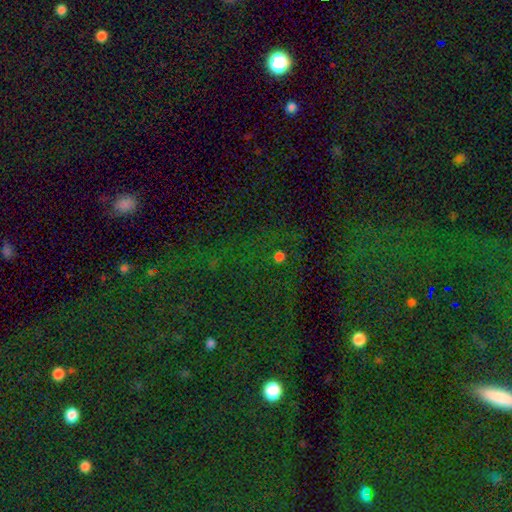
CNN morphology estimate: This appears to be a star or artifact, not a galaxy (77%).